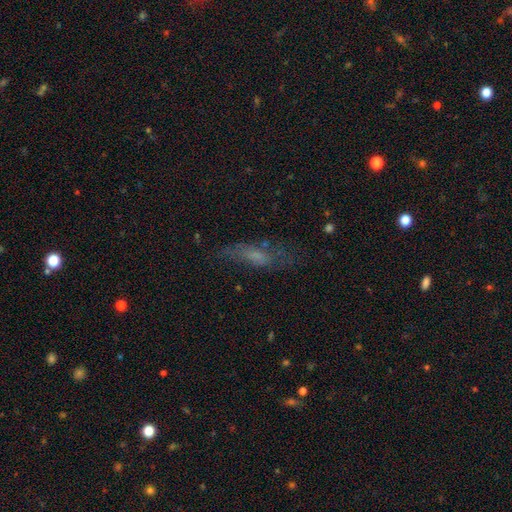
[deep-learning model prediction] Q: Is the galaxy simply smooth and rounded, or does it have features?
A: smooth — 50%.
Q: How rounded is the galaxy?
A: cigar-shaped — 53%.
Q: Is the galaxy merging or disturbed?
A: none — 56%.